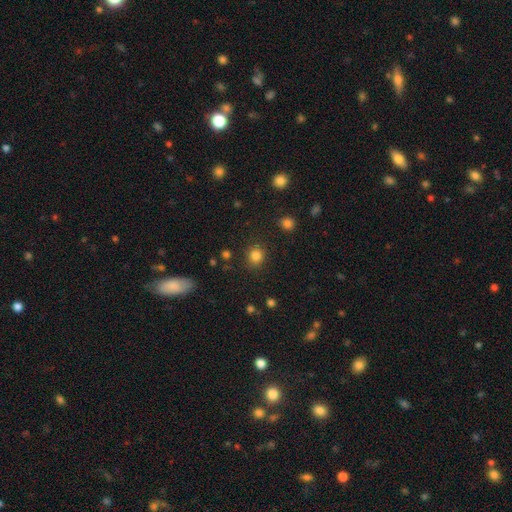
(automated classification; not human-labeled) A smooth galaxy with no disk features (83%) that is round (85%).

Vote fractions:
- Smooth or featured? smooth: 83% / star or artifact: 12% / featured or disk: 4%
- How rounded? round: 85% / in between: 14% / cigar-shaped: 1%
- Merging? none: 86% / minor disturbance: 8% / major disturbance: 3% / merger: 2%